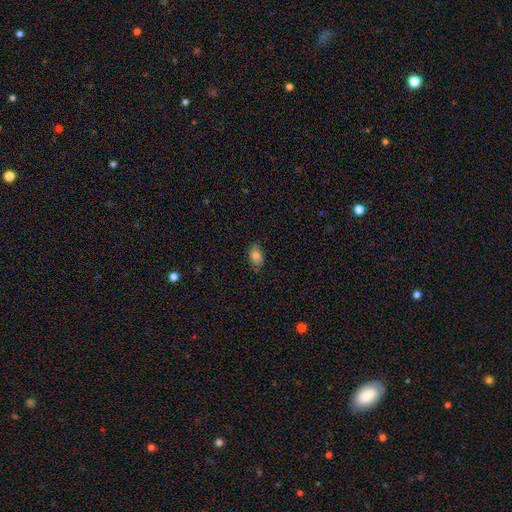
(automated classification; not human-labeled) Overall: smooth (80%). How rounded: in between (90%). Merging: none (76%).